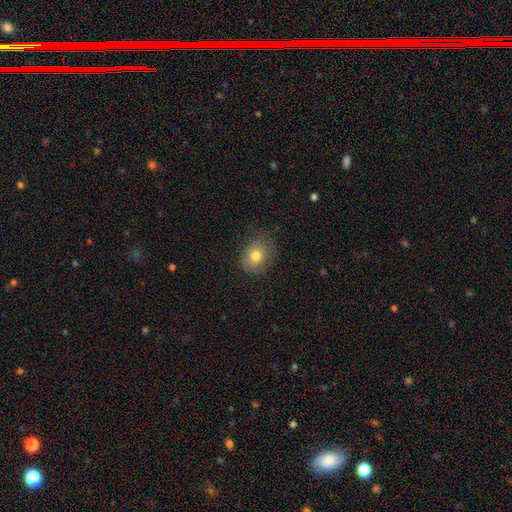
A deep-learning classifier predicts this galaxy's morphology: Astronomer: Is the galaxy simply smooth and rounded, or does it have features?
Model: smooth — 77%.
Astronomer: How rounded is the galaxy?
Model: round — 57% (runner-up: in between, 42%).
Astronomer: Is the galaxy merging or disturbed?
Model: none — 73%.